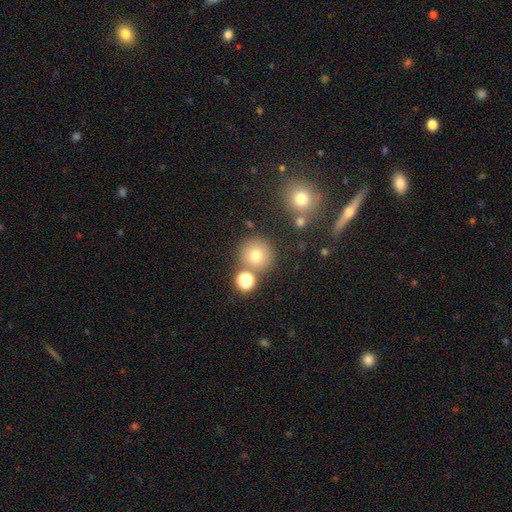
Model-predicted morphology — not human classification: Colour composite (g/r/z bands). It shows a smooth galaxy with no disk features (74%) that is round (94%). Merging: none (78%).